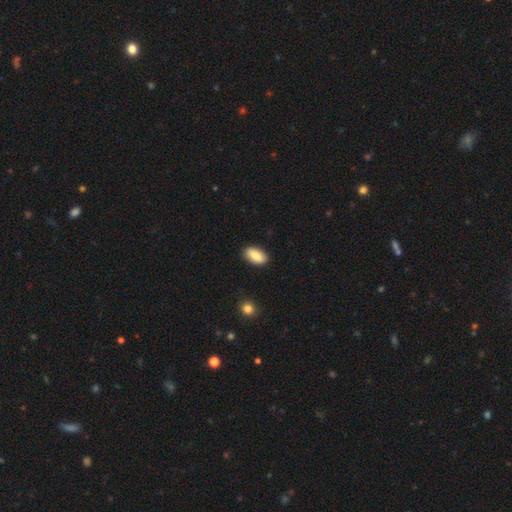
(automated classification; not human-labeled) Smooth or featured? Predicted: smooth (p=0.85). How rounded? Predicted: in between (p=0.91). Merging? Predicted: none (p=0.87).